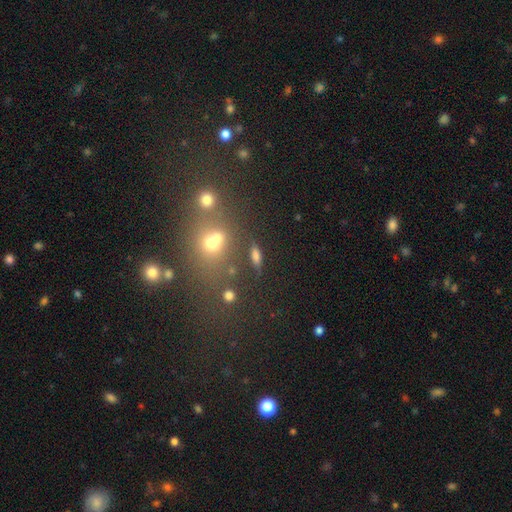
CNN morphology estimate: Q: Smooth or featured?
A: smooth (64%); runner-up: featured or disk (21%)
Q: How rounded?
A: in between (55%); runner-up: cigar-shaped (35%)
Q: Merging?
A: none (71%); runner-up: minor disturbance (13%)